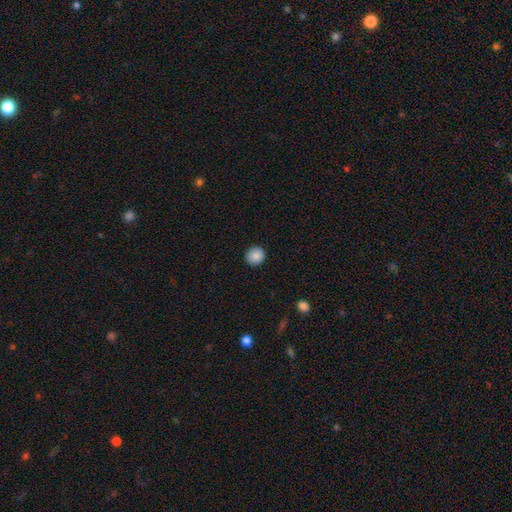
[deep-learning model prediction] Q: Smooth or featured?
A: smooth (88%); runner-up: star or artifact (8%)
Q: How rounded?
A: round (92%); runner-up: in between (7%)
Q: Merging?
A: none (91%); runner-up: minor disturbance (6%)